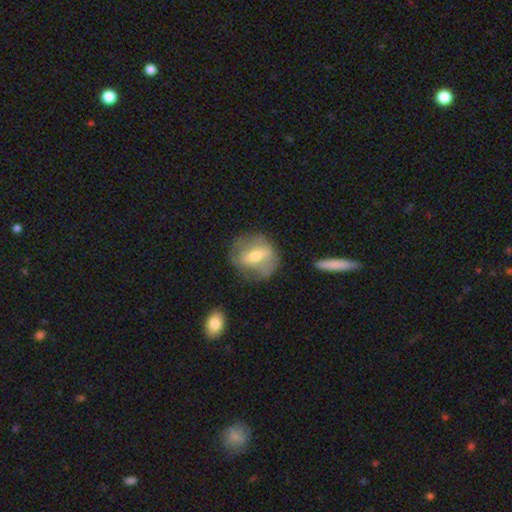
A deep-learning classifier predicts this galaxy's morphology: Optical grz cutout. It shows a featured or disk galaxy (52%). Merging: none (65%).